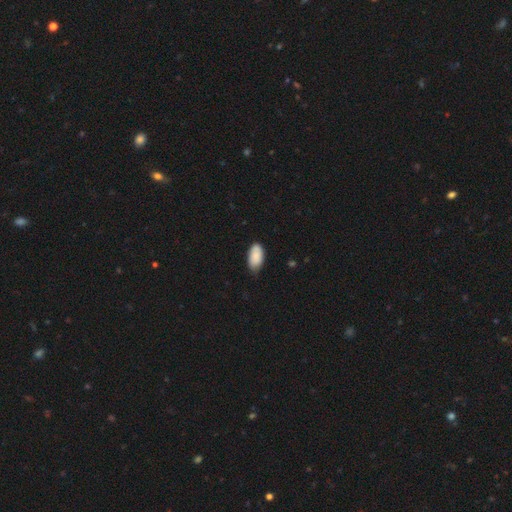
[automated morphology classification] Smooth or featured?
  - smooth: 87% *
  - featured or disk: 7%
  - star or artifact: 6%
How rounded?
  - in between: 95% *
  - round: 3%
  - cigar-shaped: 2%
Merging?
  - none: 66% *
  - minor disturbance: 29%
  - major disturbance: 4%
  - merger: 1%